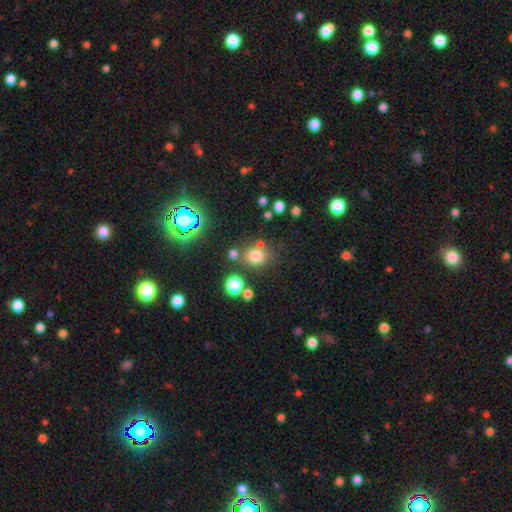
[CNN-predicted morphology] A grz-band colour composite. It shows a smooth galaxy with no disk features (73%) that is round (66%). Merging: none (69%).